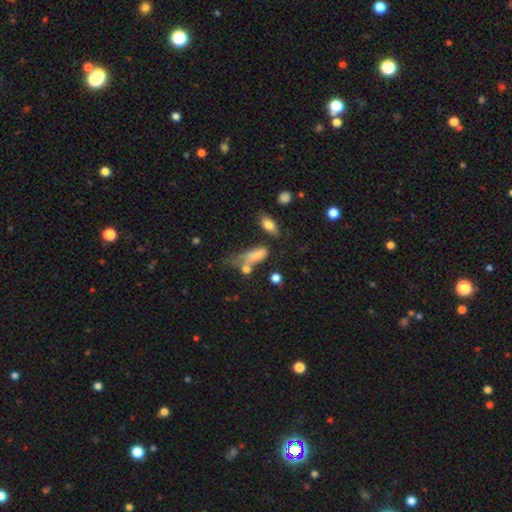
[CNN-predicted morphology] A smooth galaxy with no disk features (67%) that is in between round and cigar-shaped (65%).

Vote fractions:
- Smooth or featured? smooth: 67% / featured or disk: 21% / star or artifact: 12%
- How rounded? in between: 65% / cigar-shaped: 28% / round: 7%
- Merging? major disturbance: 29% / merger: 27% / none: 24% / minor disturbance: 21%